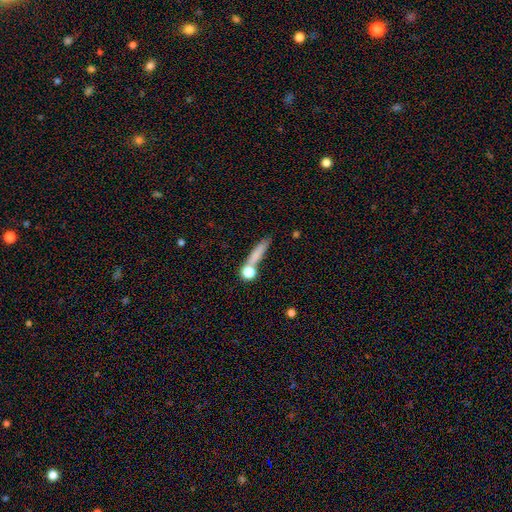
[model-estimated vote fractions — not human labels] smooth 71%, featured or disk 19%, star or artifact 11%. Down the decision tree: how rounded — cigar-shaped (71%); merging — none (61%).